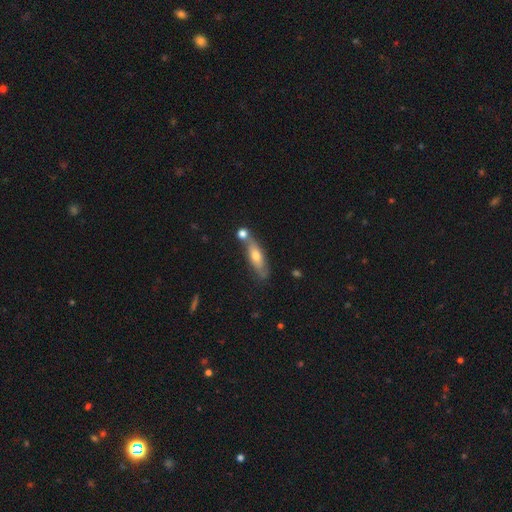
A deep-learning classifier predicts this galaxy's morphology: A smooth galaxy with no disk features (52%) that is cigar-shaped (55%). Merging: none (57%).